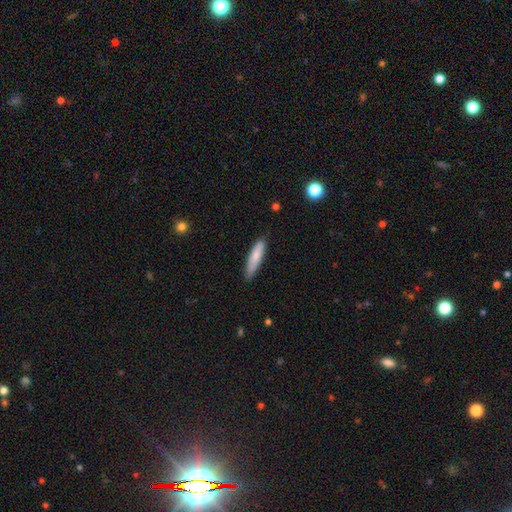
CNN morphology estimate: This appears to be a smooth galaxy with no disk features (80%) that is cigar-shaped (78%). Merging: none (79%).